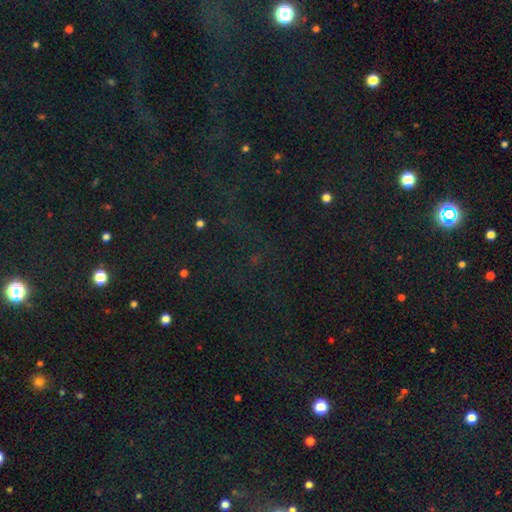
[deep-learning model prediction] star or artifact 78%, smooth 14%, featured or disk 8%.